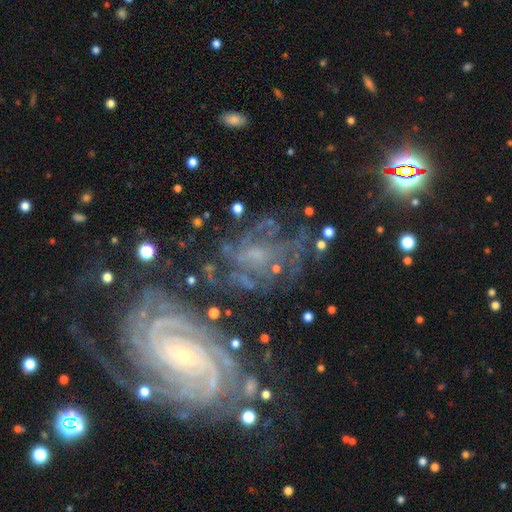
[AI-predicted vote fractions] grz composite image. It shows a featured or disk galaxy (78%) with no bar (66%), tight (63%) spiral arms (90%) and a small central bulge (63%). Merging: none (53%).